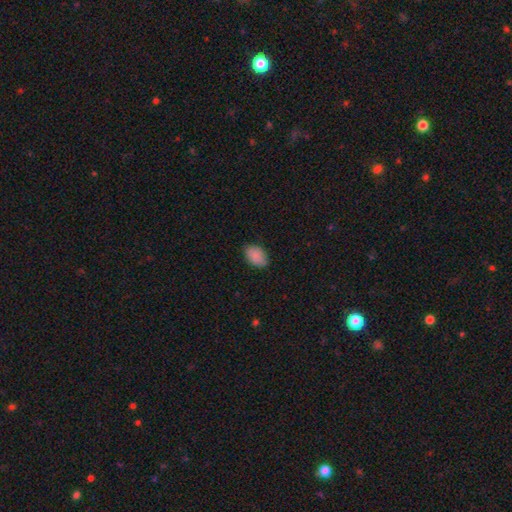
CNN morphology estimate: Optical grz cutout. It shows a smooth galaxy with no disk features (88%) that is in between round and cigar-shaped (87%). Merging: none (82%).